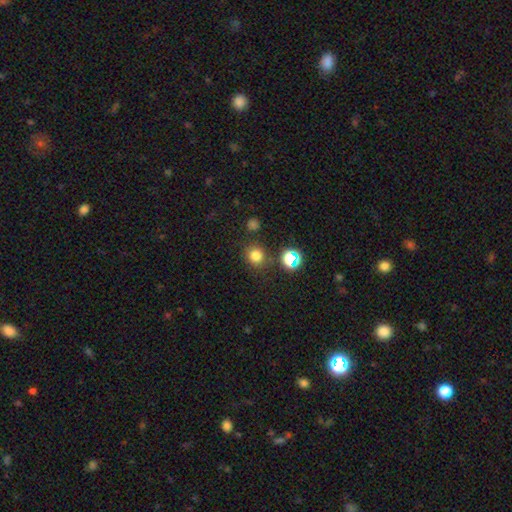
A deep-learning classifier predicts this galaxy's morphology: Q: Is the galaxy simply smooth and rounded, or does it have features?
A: smooth — 76%.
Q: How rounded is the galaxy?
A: round — 87%.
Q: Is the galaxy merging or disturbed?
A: none — 83%.